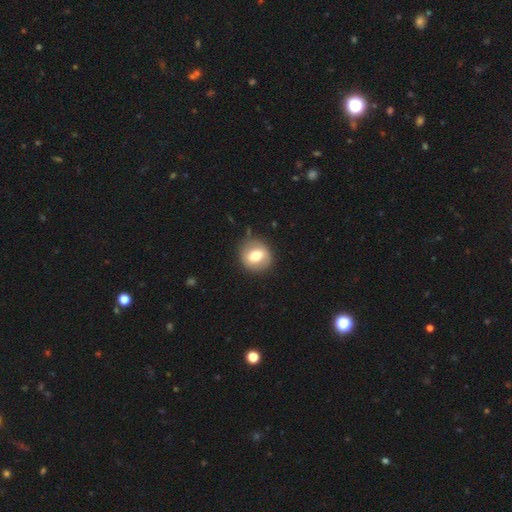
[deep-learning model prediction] Smooth or featured? smooth (62%)
How rounded? round (83%)
Merging? none (85%)